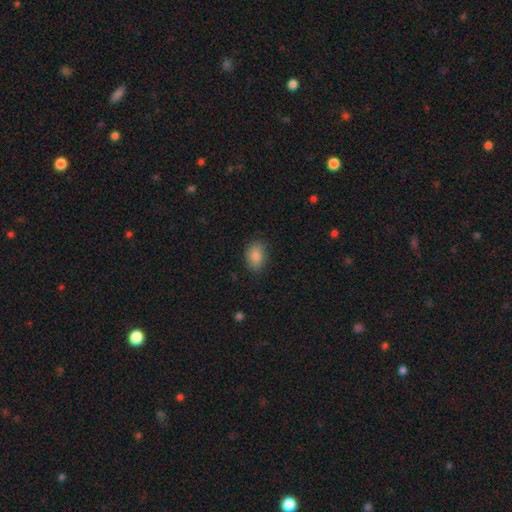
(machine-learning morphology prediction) A smooth galaxy with no disk features (87%) that is in between round and cigar-shaped (82%).

Vote fractions:
- Smooth or featured? smooth: 87% / star or artifact: 8% / featured or disk: 5%
- How rounded? in between: 82% / round: 17% / cigar-shaped: 1%
- Merging? none: 82% / minor disturbance: 13% / major disturbance: 3% / merger: 1%